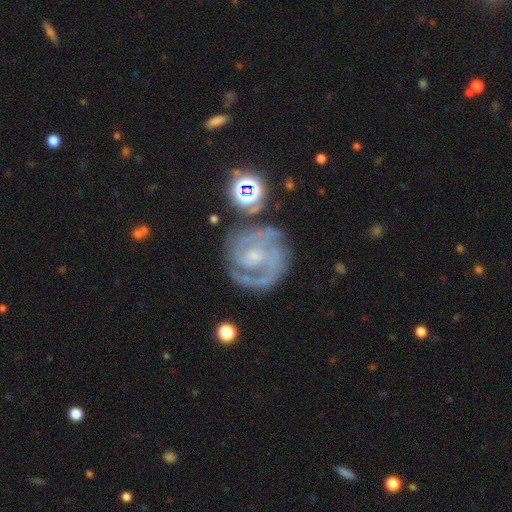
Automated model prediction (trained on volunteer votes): A featured or disk galaxy (86%) with no bar (52%), 2 (54%) tight (64%) spiral arms (95%) and a small central bulge (60%).

Vote fractions:
- Smooth or featured? featured or disk: 86% / smooth: 7% / star or artifact: 7%
- Edge-on disk? no: 98% / yes: 2%
- Bar? no: 52% / weak: 37% / strong: 11%
- Spiral arms? yes: 95% / no: 5%
- Spiral winding? tight: 64% / medium: 30% / loose: 6%
- Spiral arm count? 2: 54% / can't tell: 16% / 3: 14% / 1: 9% / 4: 3% / more than 4: 3%
- Bulge size? small: 60% / moderate: 26% / none: 10% / large: 2% / dominant: 1%
- Merging? none: 71% / minor disturbance: 17% / major disturbance: 9% / merger: 4%